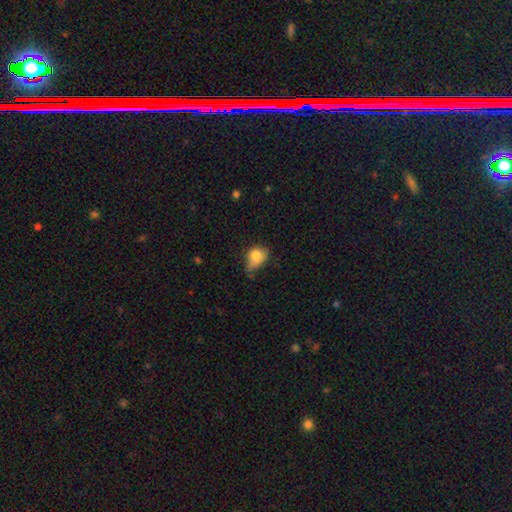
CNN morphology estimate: The model was most divided on "merging": minor disturbance: 43%, none: 29%, major disturbance: 23%, merger: 6%. More confident: smooth or featured — smooth (75%); how rounded — in between (67%).